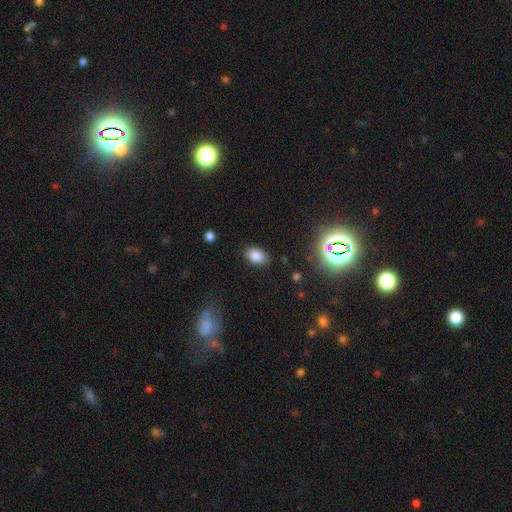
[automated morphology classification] smooth 84%, star or artifact 11%, featured or disk 6%. Down the decision tree: how rounded — in between (88%); merging — none (82%).